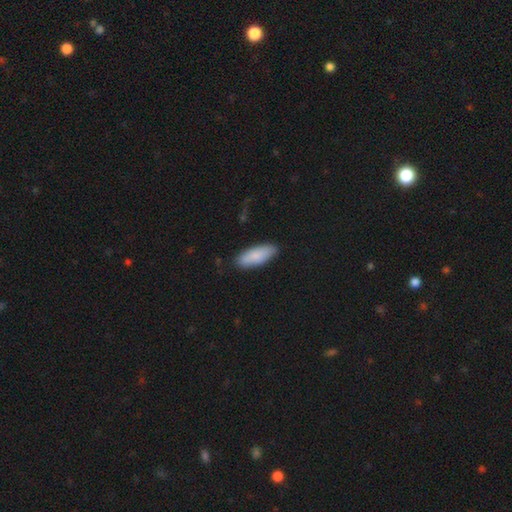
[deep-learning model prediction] Q: Smooth or featured?
A: smooth (85%); runner-up: featured or disk (10%)
Q: How rounded?
A: in between (72%); runner-up: cigar-shaped (26%)
Q: Merging?
A: none (84%); runner-up: minor disturbance (13%)